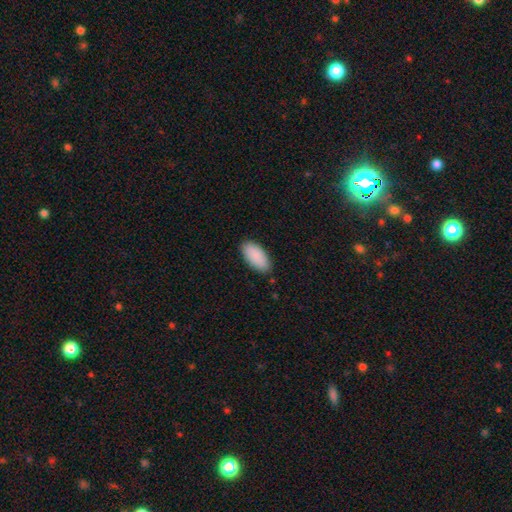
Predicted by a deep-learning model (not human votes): This appears to be a smooth galaxy with no disk features (91%) that is in between round and cigar-shaped (93%). Merging: none (86%).